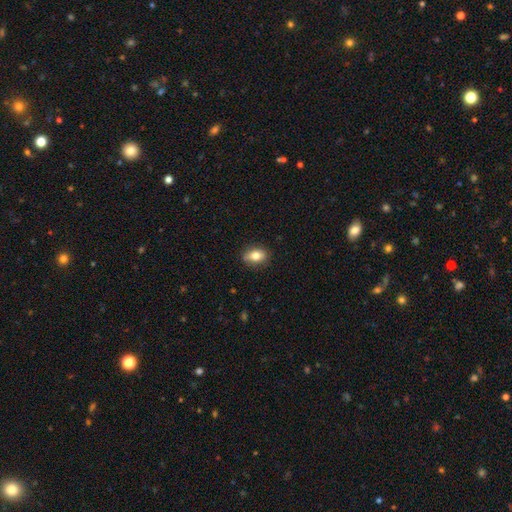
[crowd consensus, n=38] Overall: smooth (74%). How rounded: in between (82%). Merging: none (89%).